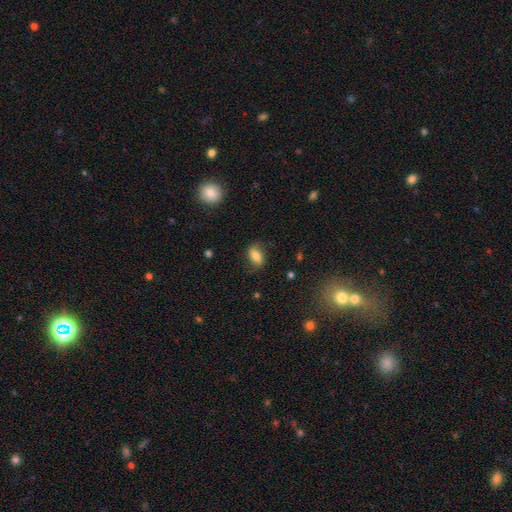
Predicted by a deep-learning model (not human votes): This is likely a smooth galaxy (74%). How rounded: clearly in between (84%). Merging: likely none (74%).